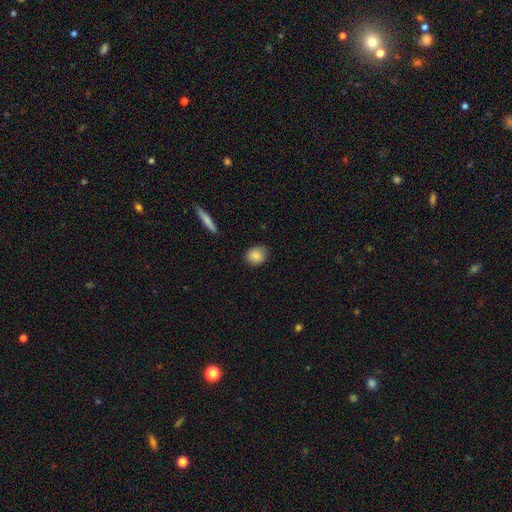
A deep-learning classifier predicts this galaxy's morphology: smooth_or_featured: smooth (p=0.85) [alt: star or artifact p=0.08]
how_rounded: round (p=0.66) [alt: in between p=0.32]
merging: none (p=0.85) [alt: minor disturbance p=0.11]